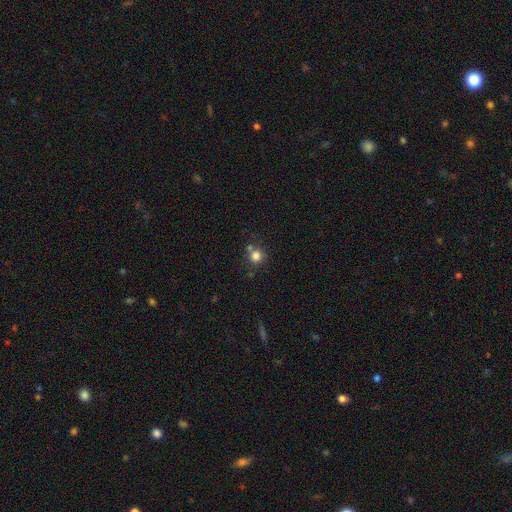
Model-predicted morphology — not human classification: The model was most divided on "merging": none: 65%, merger: 19%, minor disturbance: 11%, major disturbance: 4%. More confident: how rounded — round (90%); smooth or featured — smooth (80%).